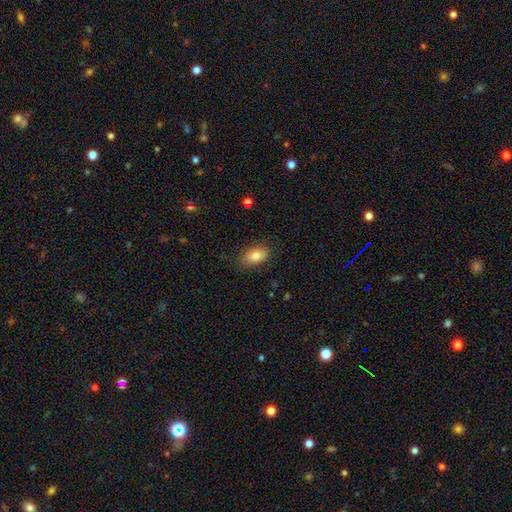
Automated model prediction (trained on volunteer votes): Smooth or featured? smooth (82%)
How rounded? in between (90%)
Merging? none (83%)